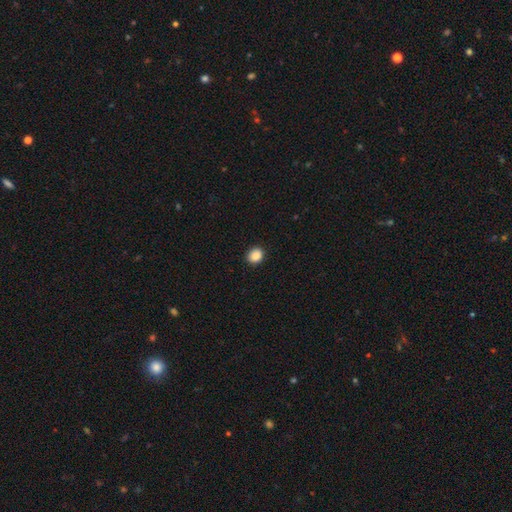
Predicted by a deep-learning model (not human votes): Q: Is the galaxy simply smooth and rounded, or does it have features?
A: smooth — 88%.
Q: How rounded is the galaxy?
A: round — 63%.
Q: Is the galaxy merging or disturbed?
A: none — 91%.